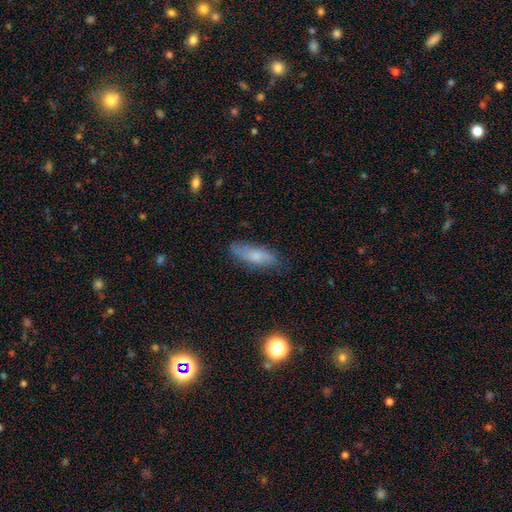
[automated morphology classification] This is likely a smooth galaxy (63%). How rounded: possibly in between (53%). Merging: likely none (75%).